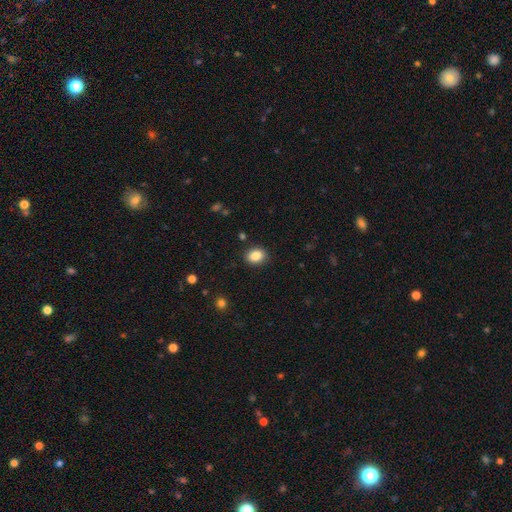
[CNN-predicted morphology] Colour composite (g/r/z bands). It shows a smooth galaxy with no disk features (86%) that is in between round and cigar-shaped (60%). Merging: none (88%).